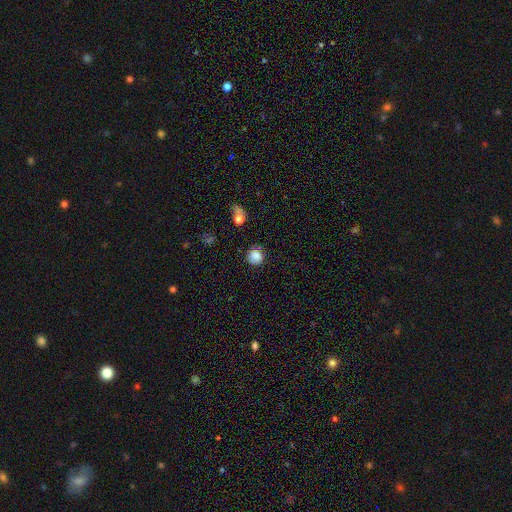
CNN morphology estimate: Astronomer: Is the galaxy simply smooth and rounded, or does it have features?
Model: smooth — 82%.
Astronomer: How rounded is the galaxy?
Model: round — 88%.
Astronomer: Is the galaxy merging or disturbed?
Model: none — 77%.